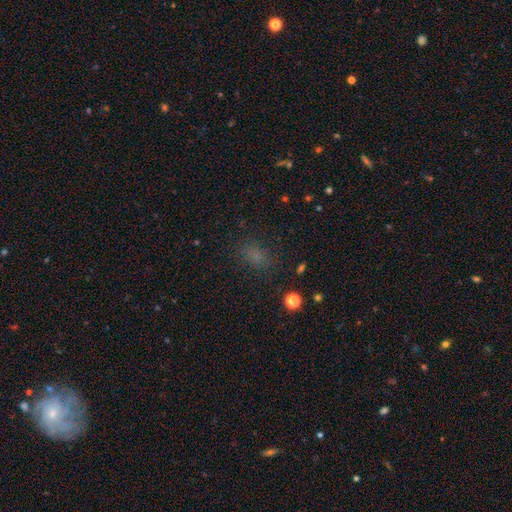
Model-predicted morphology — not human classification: Smooth or featured: smooth — 68% (star or artifact — 24%)
How rounded: in between — 70% (round — 28%)
Merging: none — 80% (minor disturbance — 13%)